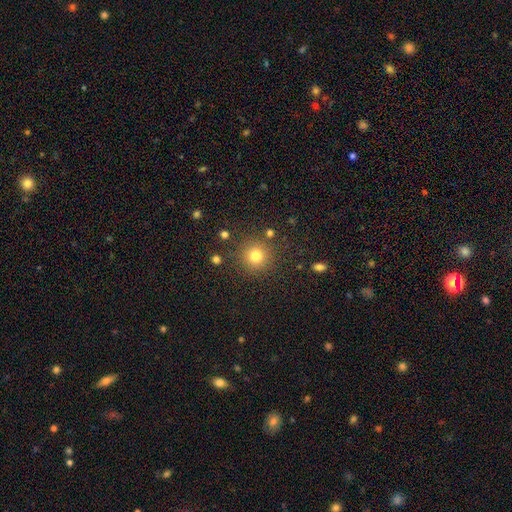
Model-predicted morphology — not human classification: A smooth galaxy with no disk features (79%) that is round (94%).

Vote fractions:
- Smooth or featured? smooth: 79% / star or artifact: 14% / featured or disk: 6%
- How rounded? round: 94% / in between: 5% / cigar-shaped: 1%
- Merging? none: 87% / minor disturbance: 7% / major disturbance: 3% / merger: 3%